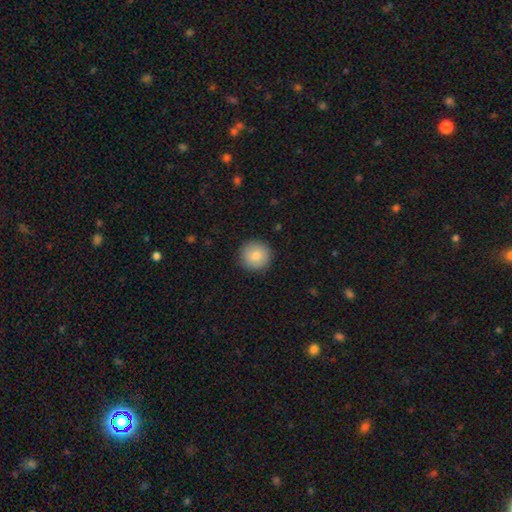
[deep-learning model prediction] Smooth or featured? Predicted: smooth (p=0.83). How rounded? Predicted: round (p=0.95). Merging? Predicted: none (p=0.90).